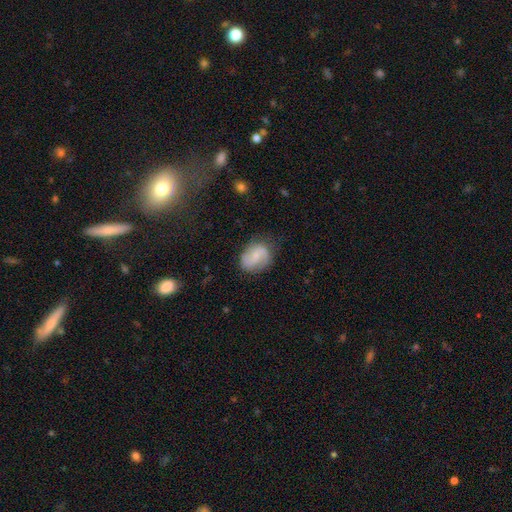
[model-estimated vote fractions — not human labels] Morphology: type=featured or disk (56%); edge-on=no (97%); bar=weak (46%); spiral arms=yes (89%); bulge=small (54%); merging=none (71%).